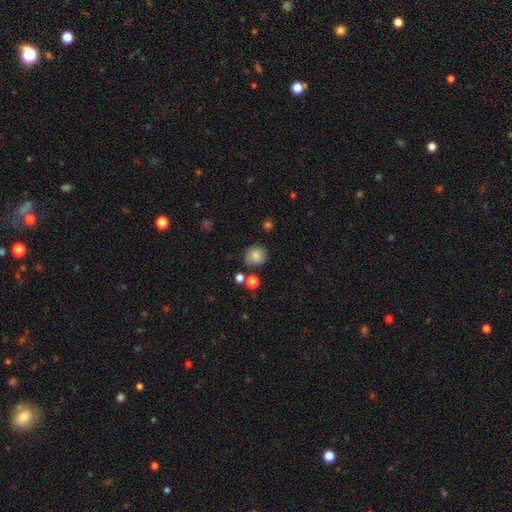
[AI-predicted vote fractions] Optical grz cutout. It shows a smooth galaxy with no disk features (82%) that is round (87%). Merging: none (79%).